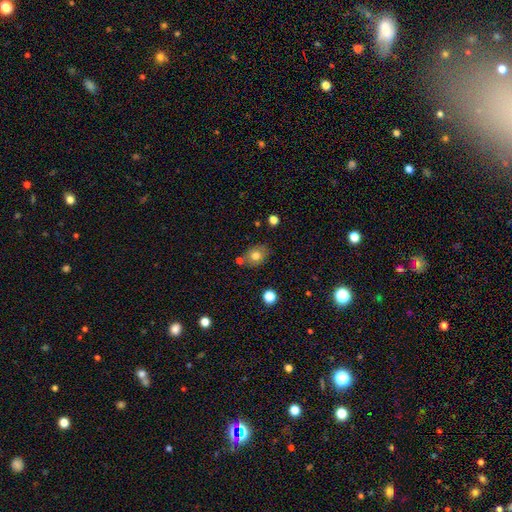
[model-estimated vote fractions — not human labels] smooth 74%, featured or disk 15%, star or artifact 10%. Down the decision tree: how rounded — in between (57%); merging — none (72%).